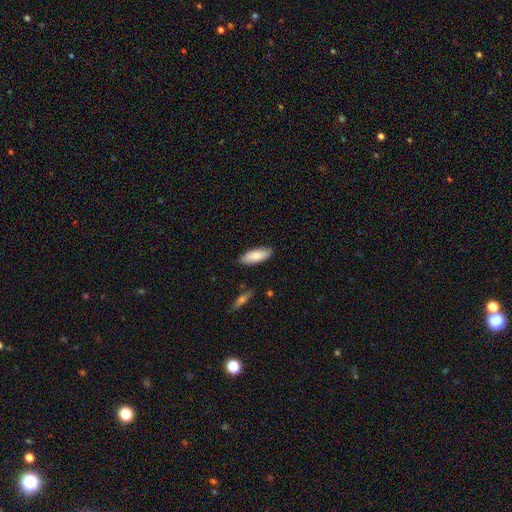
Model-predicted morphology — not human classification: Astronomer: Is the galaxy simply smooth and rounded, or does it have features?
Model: smooth — 82%.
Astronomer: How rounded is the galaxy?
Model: in between — 73%.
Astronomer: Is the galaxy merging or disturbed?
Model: none — 85%.